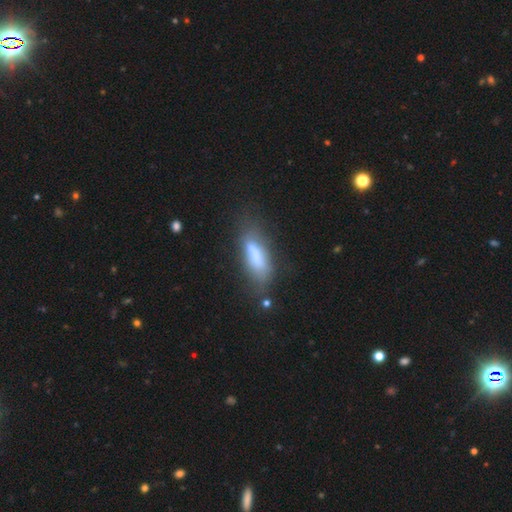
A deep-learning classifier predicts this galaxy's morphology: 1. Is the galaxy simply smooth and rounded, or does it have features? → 69% smooth, 22% featured or disk, 8% star or artifact.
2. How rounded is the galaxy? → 56% in between, 42% cigar-shaped, 2% round.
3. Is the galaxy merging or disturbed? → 55% none, 25% minor disturbance, 15% major disturbance, 5% merger.